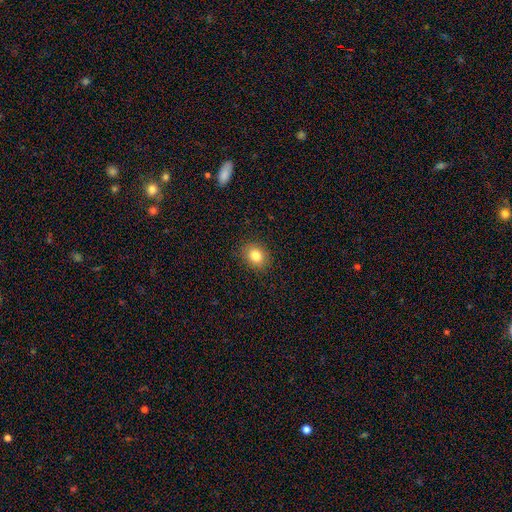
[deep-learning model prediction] Q: Smooth or featured?
A: smooth (82%); runner-up: star or artifact (11%)
Q: How rounded?
A: round (57%); runner-up: in between (42%)
Q: Merging?
A: none (88%); runner-up: minor disturbance (8%)